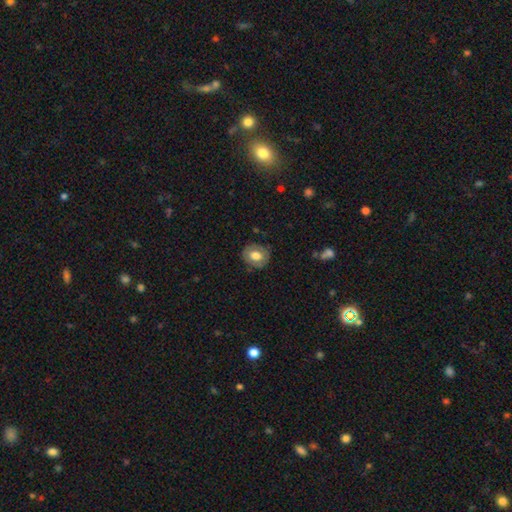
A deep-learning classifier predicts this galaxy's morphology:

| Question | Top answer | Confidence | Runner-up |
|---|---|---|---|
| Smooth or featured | smooth | 65% | featured or disk (27%) |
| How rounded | round | 62% | in between (37%) |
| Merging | none | 81% | minor disturbance (14%) |